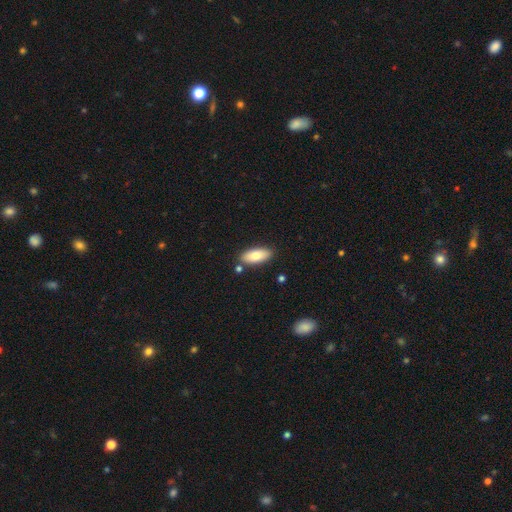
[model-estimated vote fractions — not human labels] smooth_or_featured: smooth (p=0.77) [alt: featured or disk p=0.17]
how_rounded: in between (p=0.84) [alt: cigar-shaped p=0.13]
merging: none (p=0.83) [alt: minor disturbance p=0.10]